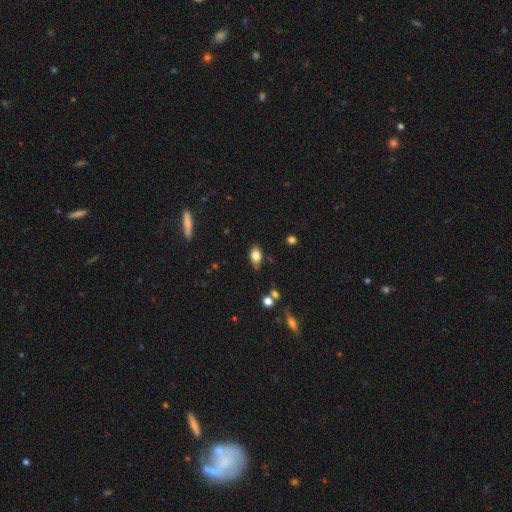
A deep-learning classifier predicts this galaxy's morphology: Q: Smooth or featured?
A: smooth (78%); runner-up: featured or disk (13%)
Q: How rounded?
A: in between (87%); runner-up: round (8%)
Q: Merging?
A: none (74%); runner-up: minor disturbance (20%)